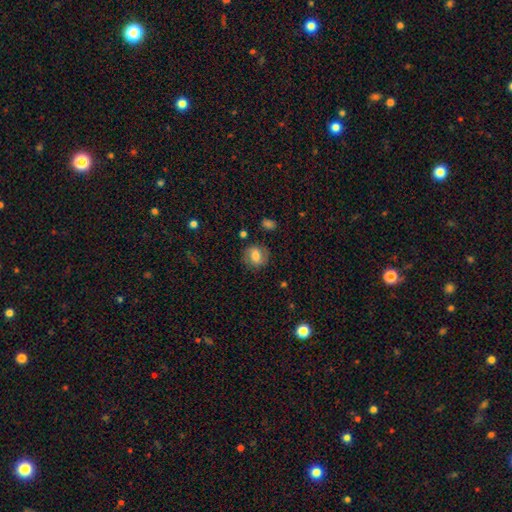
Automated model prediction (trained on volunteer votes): Smooth or featured? Predicted: smooth (p=0.65). How rounded? Predicted: round (p=0.72). Merging? Predicted: none (p=0.79).